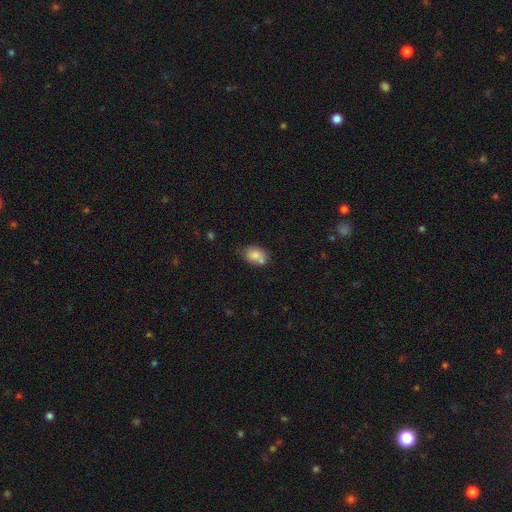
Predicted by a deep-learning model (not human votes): The model was most divided on "merging": none: 52%, merger: 24%, minor disturbance: 19%, major disturbance: 5%. More confident: smooth or featured — smooth (80%); how rounded — in between (76%).